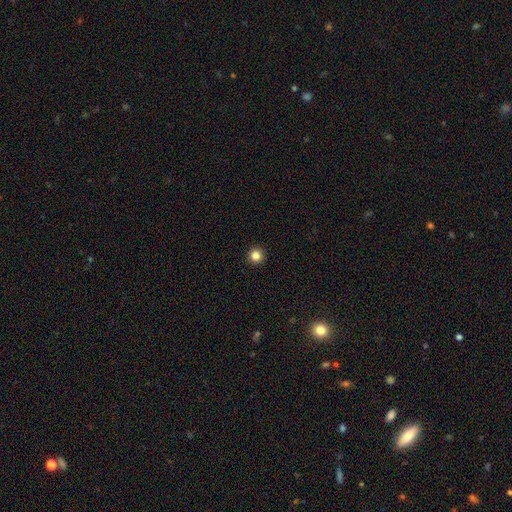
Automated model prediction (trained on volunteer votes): Q: Smooth or featured?
A: smooth (83%); runner-up: star or artifact (12%)
Q: How rounded?
A: round (96%); runner-up: in between (3%)
Q: Merging?
A: none (94%); runner-up: minor disturbance (4%)